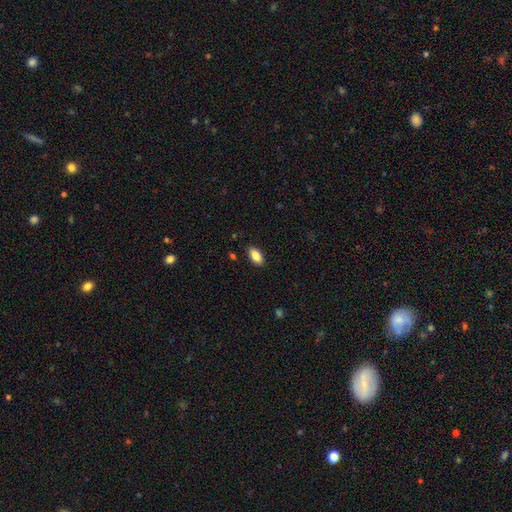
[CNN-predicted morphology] type=smooth (86%); roundness=in between (92%); merging=none (88%).